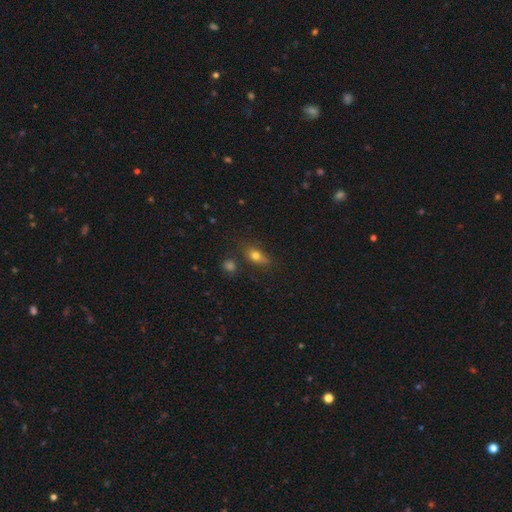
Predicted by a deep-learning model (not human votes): Smooth or featured? Predicted: smooth (p=0.73). How rounded? Predicted: in between (p=0.73). Merging? Predicted: none (p=0.69).